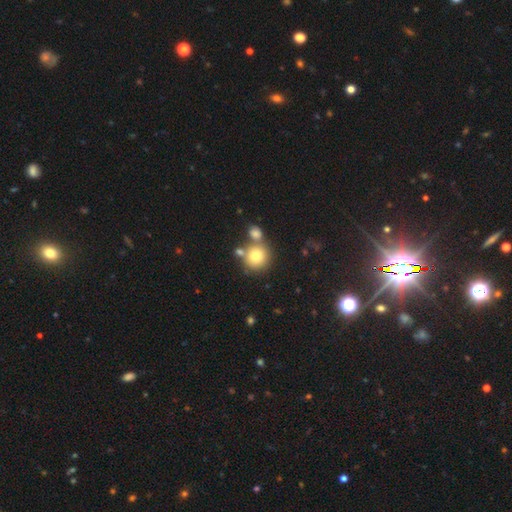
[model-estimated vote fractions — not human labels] smooth-or-featured: smooth: 78% | featured or disk: 12% | star or artifact: 10%
  how-rounded: round: 89% | in between: 10% | cigar-shaped: 1%
  merging: none: 57% | merger: 29% | minor disturbance: 10% | major disturbance: 4%